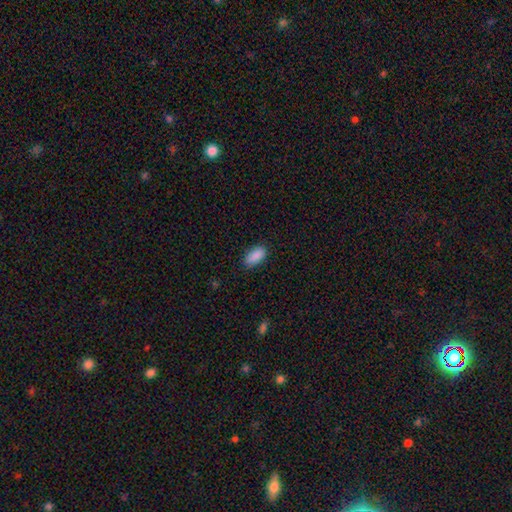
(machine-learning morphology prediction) A smooth galaxy with no disk features (90%) that is in between round and cigar-shaped (88%).

Vote fractions:
- Smooth or featured? smooth: 90% / star or artifact: 7% / featured or disk: 4%
- How rounded? in between: 88% / cigar-shaped: 9% / round: 2%
- Merging? none: 86% / minor disturbance: 10% / major disturbance: 2% / merger: 1%